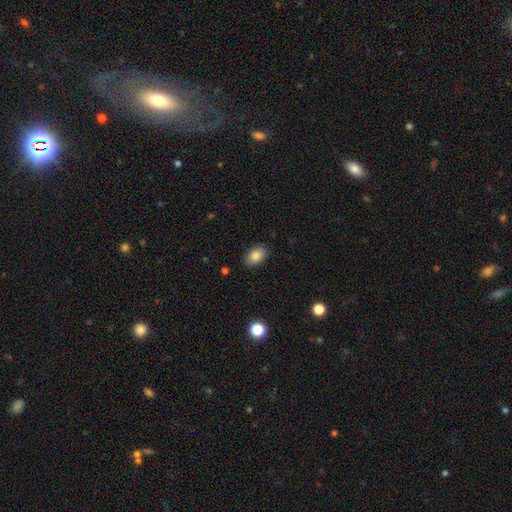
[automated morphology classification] smooth-or-featured: smooth: 86% | star or artifact: 8% | featured or disk: 6%
  how-rounded: in between: 88% | round: 10% | cigar-shaped: 1%
  merging: none: 87% | minor disturbance: 10% | major disturbance: 2% | merger: 1%